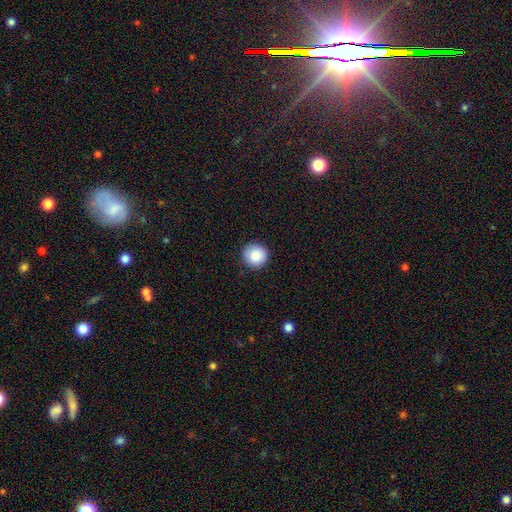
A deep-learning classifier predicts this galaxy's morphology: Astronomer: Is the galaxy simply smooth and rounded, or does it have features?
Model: smooth — 86%.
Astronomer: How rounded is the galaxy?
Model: round — 95%.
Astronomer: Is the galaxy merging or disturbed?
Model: none — 91%.